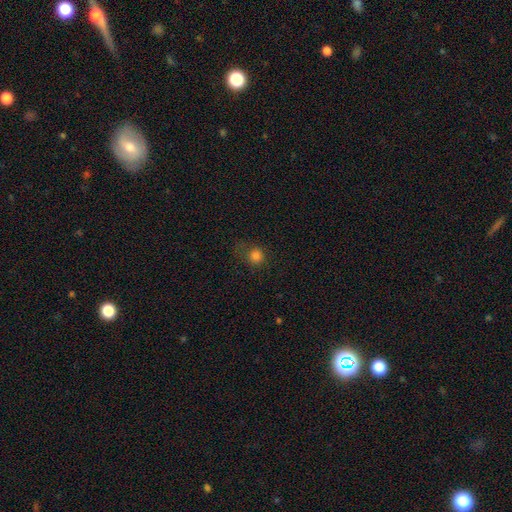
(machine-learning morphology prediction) Smooth or featured?
  - smooth: 79% *
  - star or artifact: 15%
  - featured or disk: 6%
How rounded?
  - round: 87% *
  - in between: 12%
  - cigar-shaped: 1%
Merging?
  - none: 70% *
  - minor disturbance: 18%
  - major disturbance: 10%
  - merger: 2%